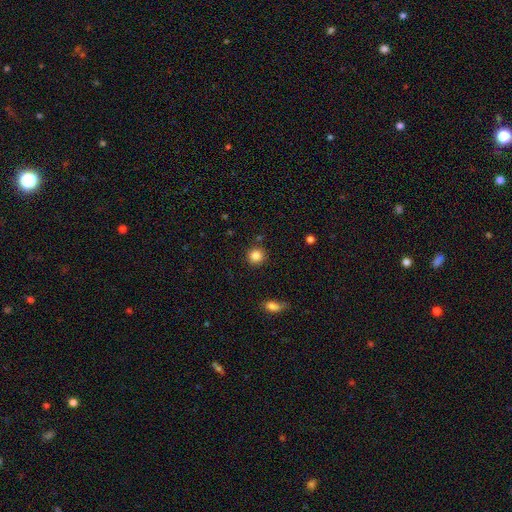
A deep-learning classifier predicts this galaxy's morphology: Smooth or featured?
  - smooth: 86% *
  - star or artifact: 10%
  - featured or disk: 4%
How rounded?
  - round: 92% *
  - in between: 7%
  - cigar-shaped: 1%
Merging?
  - none: 87% *
  - minor disturbance: 7%
  - merger: 3%
  - major disturbance: 3%